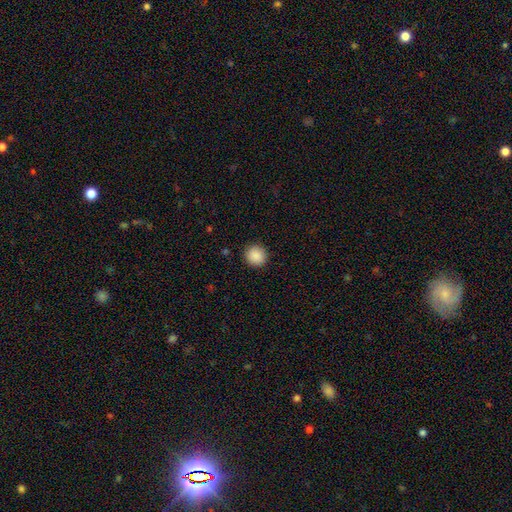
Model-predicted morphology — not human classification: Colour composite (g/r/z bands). It shows a smooth galaxy with no disk features (89%) that is round (93%). Merging: none (92%).